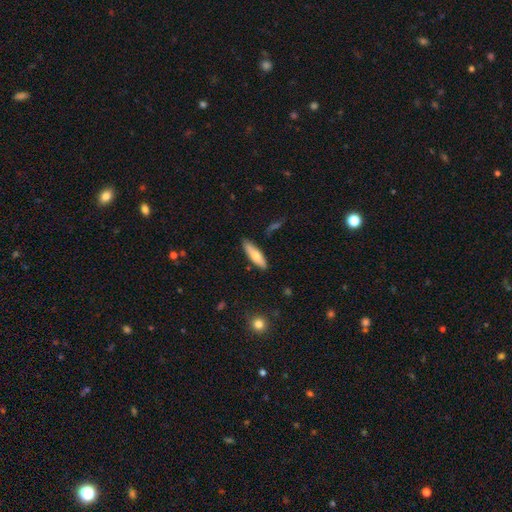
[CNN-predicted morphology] type=smooth (67%); roundness=cigar-shaped (64%); merging=none (85%).